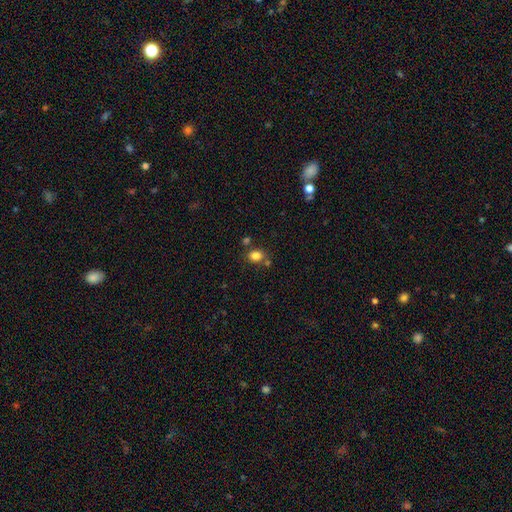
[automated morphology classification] The model was most divided on "how rounded": round: 50%, in between: 49%, cigar-shaped: 1%. More confident: smooth or featured — smooth (82%); merging — none (70%).